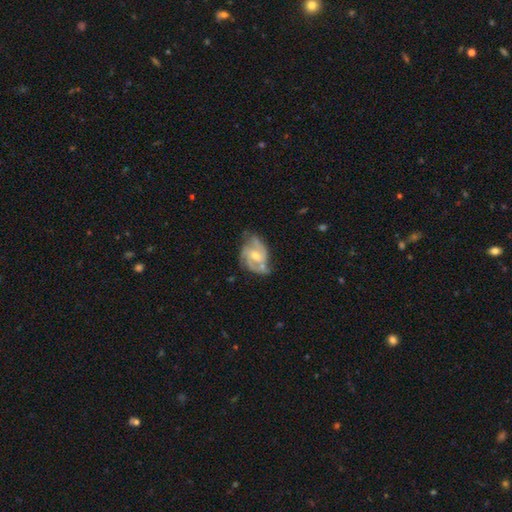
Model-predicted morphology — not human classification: smooth-or-featured: featured or disk: 84% | smooth: 10% | star or artifact: 6%
  disk-edge-on: no: 97% | yes: 3%
    bar: weak: 44% | no: 43% | strong: 13%
    has-spiral-arms: yes: 94% | no: 6%
      spiral-winding: medium: 49% | tight: 34% | loose: 17%
      spiral-arm-count: 2: 42% | 3: 35% | can't tell: 12% | 4: 5% | 1: 3% | more than 4: 3%
    bulge-size: moderate: 56% | small: 39% | large: 2% | none: 2% | dominant: 1%
  merging: none: 56% | minor disturbance: 27% | major disturbance: 13% | merger: 5%